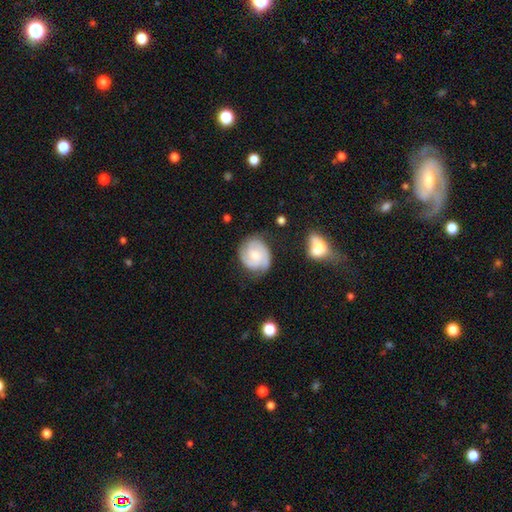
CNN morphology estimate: smooth-or-featured: featured or disk: 70% | smooth: 24% | star or artifact: 6%
  disk-edge-on: no: 98% | yes: 2%
    bar: no: 62% | weak: 33% | strong: 5%
    has-spiral-arms: yes: 94% | no: 6%
      spiral-winding: tight: 52% | medium: 38% | loose: 10%
      spiral-arm-count: 2: 45% | 3: 30% | can't tell: 15% | 4: 4% | 1: 3% | more than 4: 3%
    bulge-size: small: 46% | moderate: 43% | none: 6% | large: 4% | dominant: 1%
  merging: none: 69% | minor disturbance: 21% | major disturbance: 7% | merger: 4%